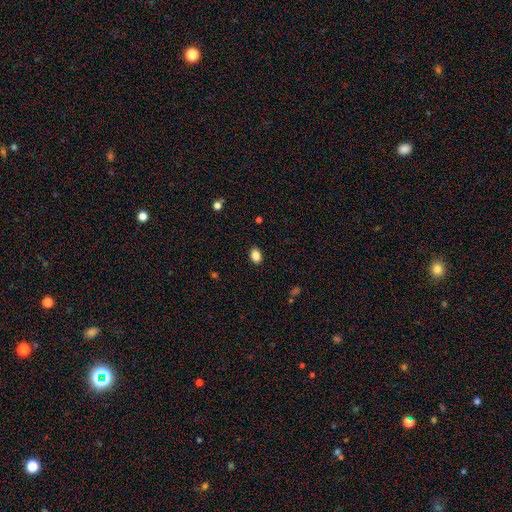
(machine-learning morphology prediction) Smooth or featured?
  - smooth: 87% *
  - star or artifact: 9%
  - featured or disk: 4%
How rounded?
  - in between: 77% *
  - round: 22%
  - cigar-shaped: 1%
Merging?
  - none: 89% *
  - minor disturbance: 8%
  - major disturbance: 2%
  - merger: 1%